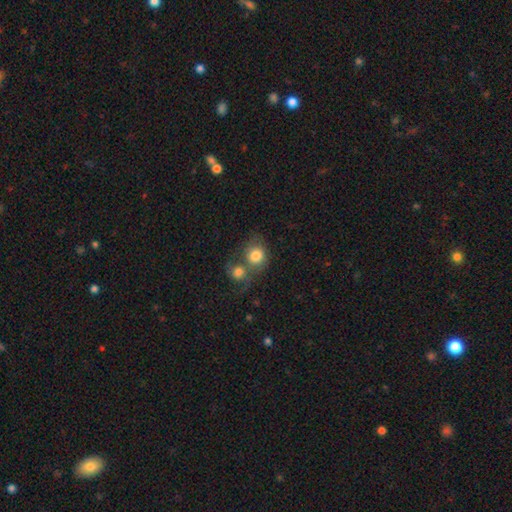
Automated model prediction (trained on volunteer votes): The model was most divided on "merging": merger: 58%, none: 27%, minor disturbance: 8%, major disturbance: 6%. More confident: smooth or featured — smooth (79%); how rounded — round (79%).